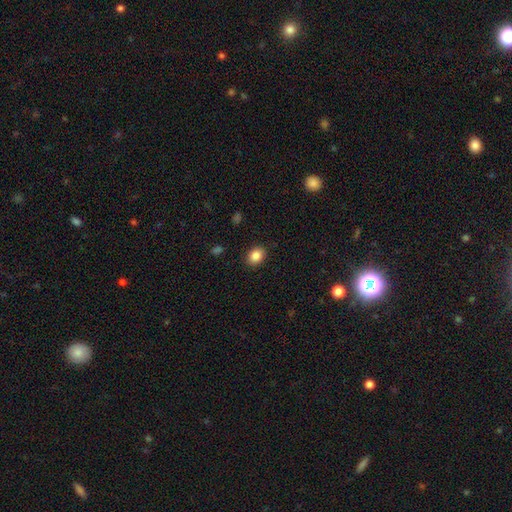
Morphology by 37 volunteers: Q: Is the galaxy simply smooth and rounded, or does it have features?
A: smooth — 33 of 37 (89%).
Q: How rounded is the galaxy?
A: in between — 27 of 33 (82%).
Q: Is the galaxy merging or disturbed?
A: none — 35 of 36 (97%).